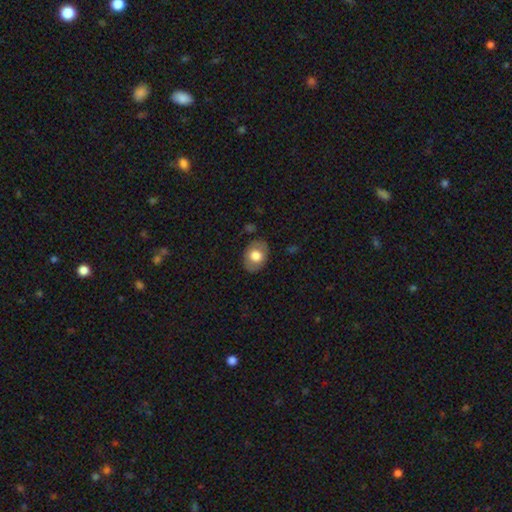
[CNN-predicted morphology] smooth 68%, featured or disk 25%, star or artifact 7%. Down the decision tree: how rounded — in between (71%); merging — none (82%).